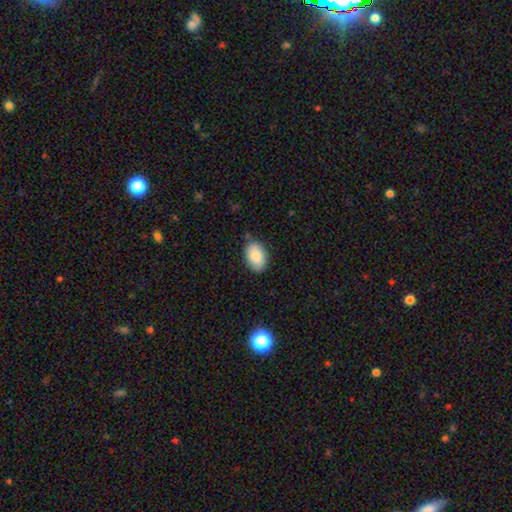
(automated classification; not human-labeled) The model was most divided on "merging": none: 82%, minor disturbance: 14%, major disturbance: 3%, merger: 2%. More confident: how rounded — in between (91%); smooth or featured — smooth (86%).